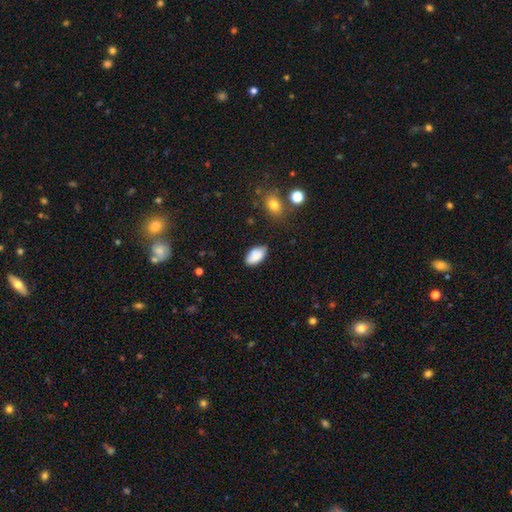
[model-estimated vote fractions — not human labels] Q: Smooth or featured?
A: smooth (87%); runner-up: star or artifact (7%)
Q: How rounded?
A: in between (94%); runner-up: round (4%)
Q: Merging?
A: none (78%); runner-up: minor disturbance (17%)